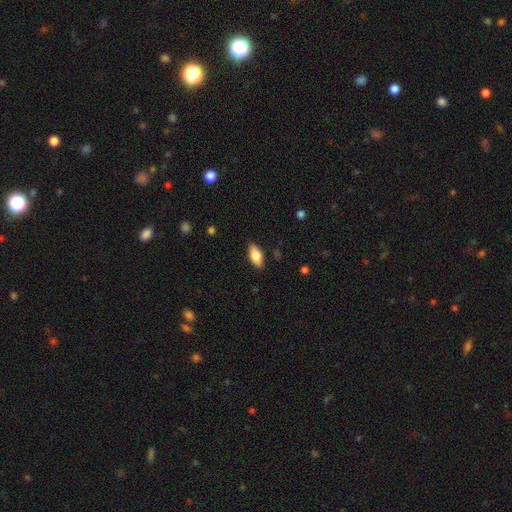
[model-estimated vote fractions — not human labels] A smooth galaxy with no disk features (80%) that is in between round and cigar-shaped (88%).

Vote fractions:
- Smooth or featured? smooth: 80% / featured or disk: 14% / star or artifact: 7%
- How rounded? in between: 88% / cigar-shaped: 9% / round: 3%
- Merging? none: 87% / minor disturbance: 10% / major disturbance: 2% / merger: 1%